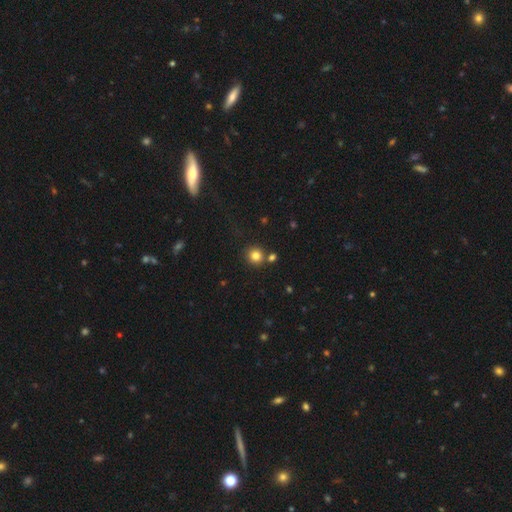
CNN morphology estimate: smooth 82%, star or artifact 12%, featured or disk 6%. Down the decision tree: how rounded — round (91%); merging — none (78%).